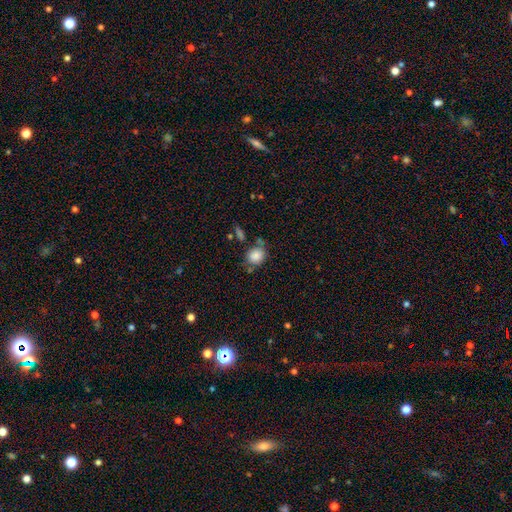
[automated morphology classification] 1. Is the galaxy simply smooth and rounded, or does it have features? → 84% smooth, 9% star or artifact, 7% featured or disk.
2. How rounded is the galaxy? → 71% round, 28% in between, 1% cigar-shaped.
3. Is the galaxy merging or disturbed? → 62% none, 18% minor disturbance, 13% merger, 6% major disturbance.